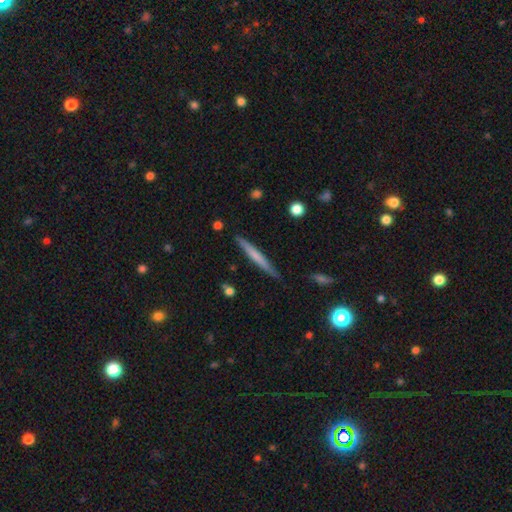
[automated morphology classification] Smooth or featured: smooth — 55% (featured or disk — 39%)
How rounded: cigar-shaped — 96% (in between — 2%)
Merging: none — 88% (minor disturbance — 9%)